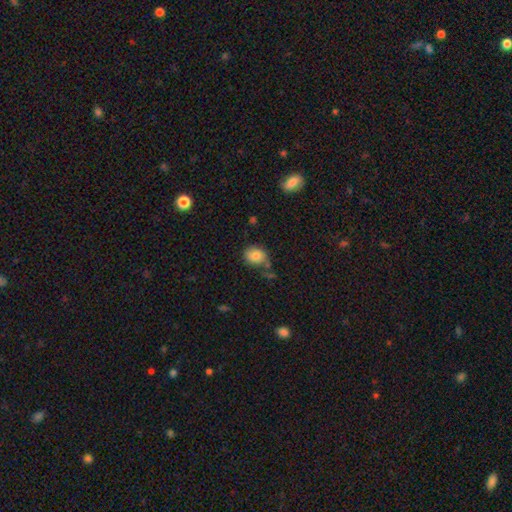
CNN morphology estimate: smooth_or_featured: smooth (p=0.80) [alt: featured or disk p=0.11]
how_rounded: in between (p=0.53) [alt: round p=0.46]
merging: none (p=0.61) [alt: minor disturbance p=0.22]